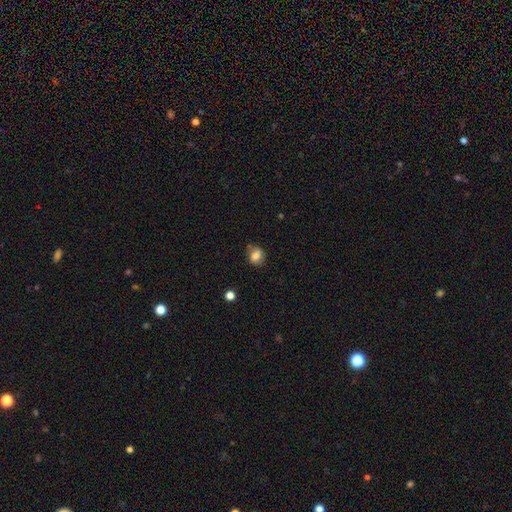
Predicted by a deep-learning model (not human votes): smooth 77%, featured or disk 13%, star or artifact 10%. Down the decision tree: how rounded — round (63%); merging — none (66%).